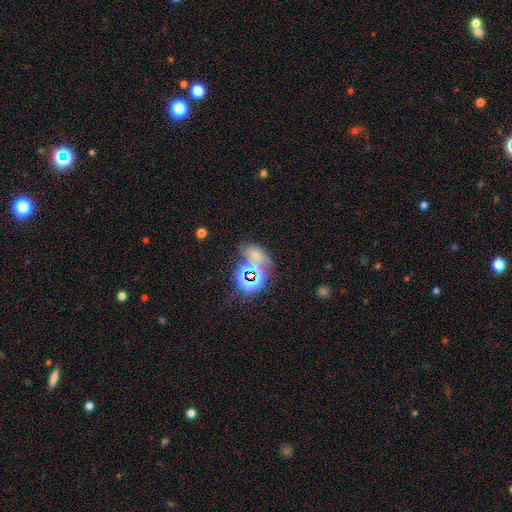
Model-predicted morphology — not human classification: Smooth or featured? Predicted: smooth (p=0.44). Merging? Predicted: none (p=0.49).